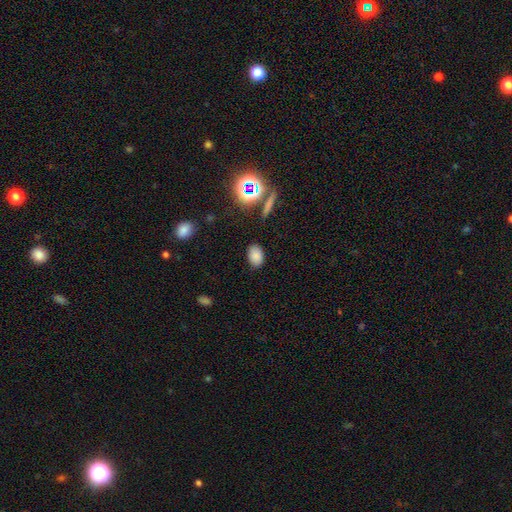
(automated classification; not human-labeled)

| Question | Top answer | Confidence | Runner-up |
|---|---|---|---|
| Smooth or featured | smooth | 81% | star or artifact (14%) |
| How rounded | in between | 85% | round (13%) |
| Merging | none | 83% | minor disturbance (11%) |